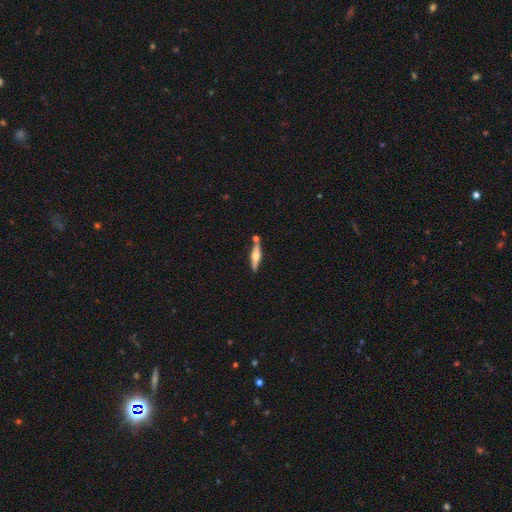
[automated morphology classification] Overall: featured or disk (59%; smooth 35%). Edge-on disk: yes (96%). Edge-on bulge: rounded (91%). Merging: none (78%).